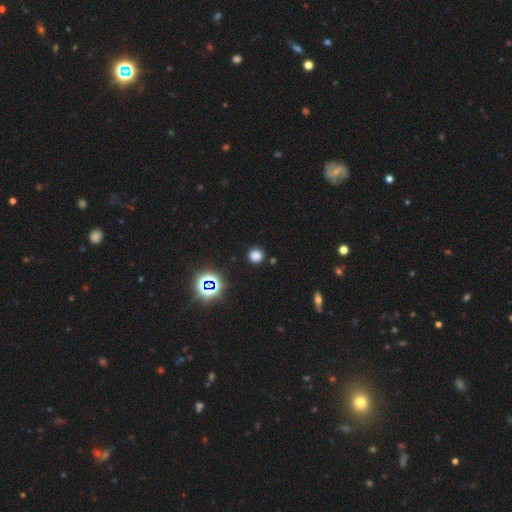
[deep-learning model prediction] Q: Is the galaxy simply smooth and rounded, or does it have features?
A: smooth — 72%.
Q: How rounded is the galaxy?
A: round — 92%.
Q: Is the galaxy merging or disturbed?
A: none — 88%.